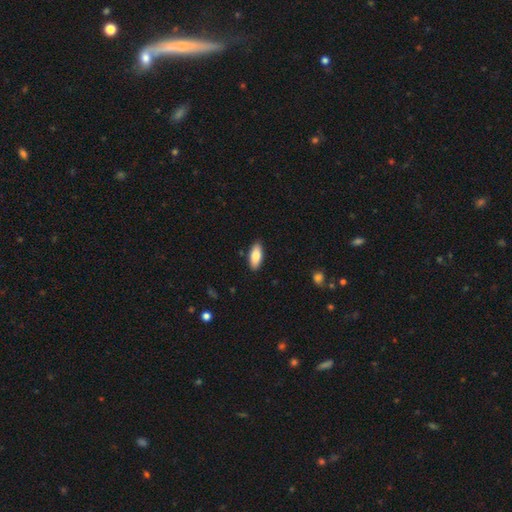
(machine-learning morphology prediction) A smooth galaxy with no disk features (83%) that is in between round and cigar-shaped (82%).

Vote fractions:
- Smooth or featured? smooth: 83% / featured or disk: 11% / star or artifact: 6%
- How rounded? in between: 82% / cigar-shaped: 16% / round: 2%
- Merging? none: 89% / minor disturbance: 8% / major disturbance: 2% / merger: 1%